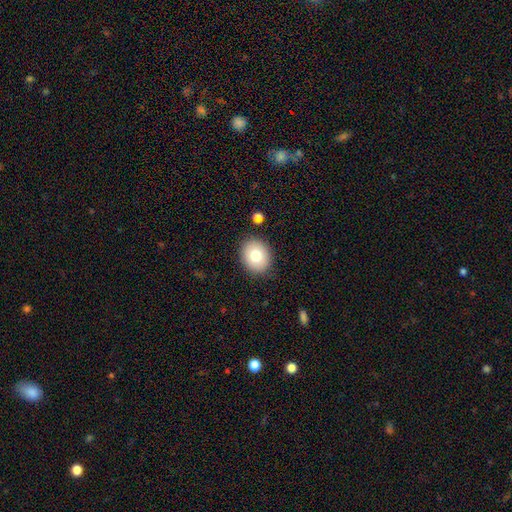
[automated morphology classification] Overall: smooth (76%). How rounded: round (59%; in between 40%). Merging: none (87%).